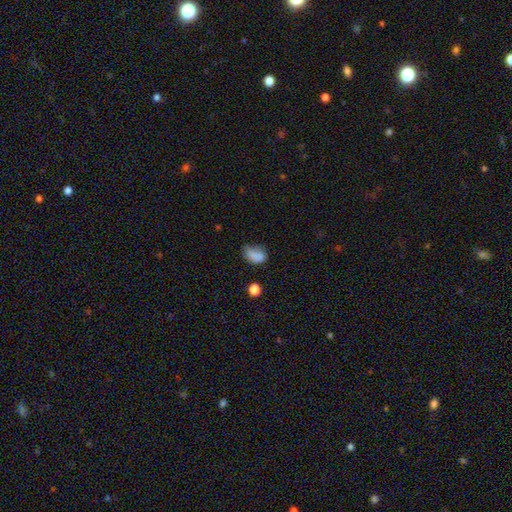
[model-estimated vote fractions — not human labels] Smooth or featured?
  - smooth: 78% *
  - star or artifact: 12%
  - featured or disk: 10%
How rounded?
  - in between: 79% *
  - round: 19%
  - cigar-shaped: 2%
Merging?
  - none: 45% *
  - minor disturbance: 35%
  - major disturbance: 15%
  - merger: 5%